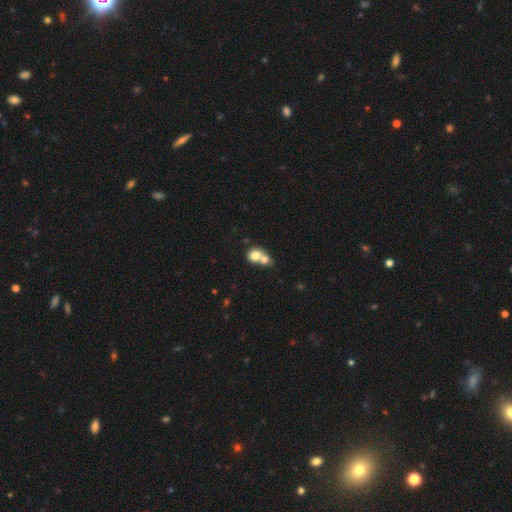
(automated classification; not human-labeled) Smooth or featured?
  - smooth: 74% *
  - featured or disk: 17%
  - star or artifact: 9%
How rounded?
  - round: 68% *
  - in between: 31%
  - cigar-shaped: 1%
Merging?
  - merger: 68% *
  - none: 24%
  - minor disturbance: 6%
  - major disturbance: 3%